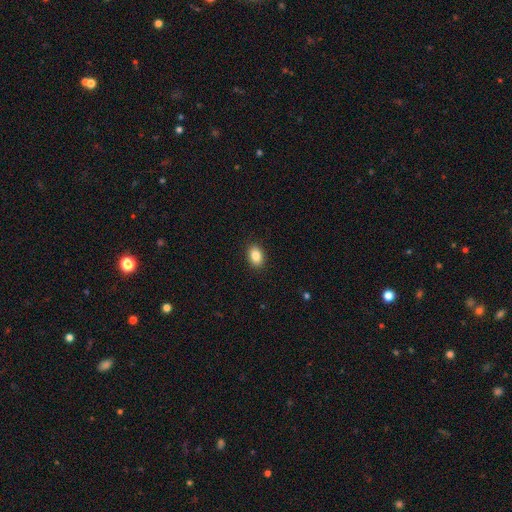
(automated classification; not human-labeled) This appears to be a smooth galaxy with no disk features (87%) that is in between round and cigar-shaped (83%). Merging: none (90%).